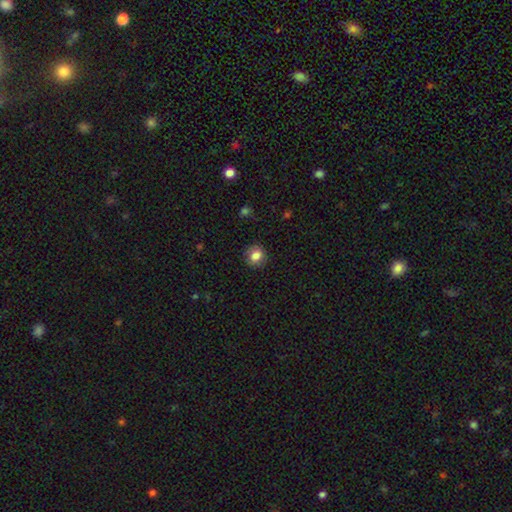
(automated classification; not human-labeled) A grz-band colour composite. It shows a smooth galaxy with no disk features (82%) that is round (74%). Merging: none (85%).